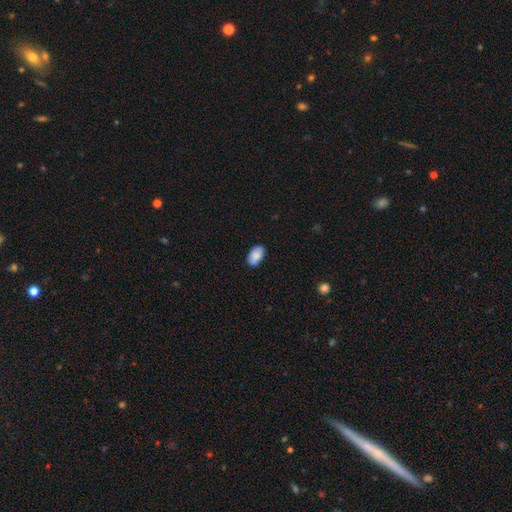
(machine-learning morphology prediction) smooth-or-featured: smooth: 86% | featured or disk: 7% | star or artifact: 7%
  how-rounded: in between: 93% | round: 6% | cigar-shaped: 1%
  merging: none: 84% | minor disturbance: 13% | major disturbance: 2% | merger: 1%